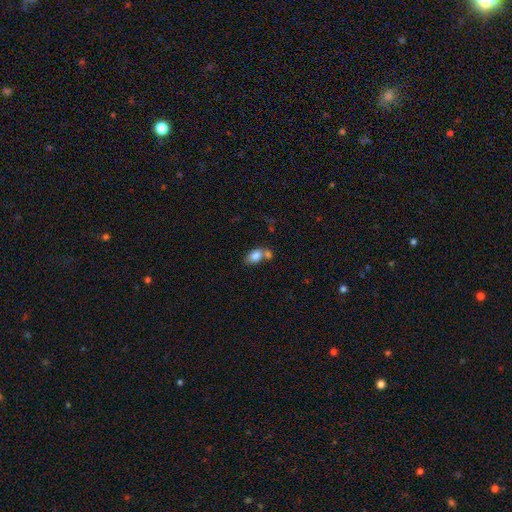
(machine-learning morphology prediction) Smooth or featured: smooth — 81% (featured or disk — 10%)
How rounded: in between — 84% (round — 14%)
Merging: merger — 46% (none — 37%)